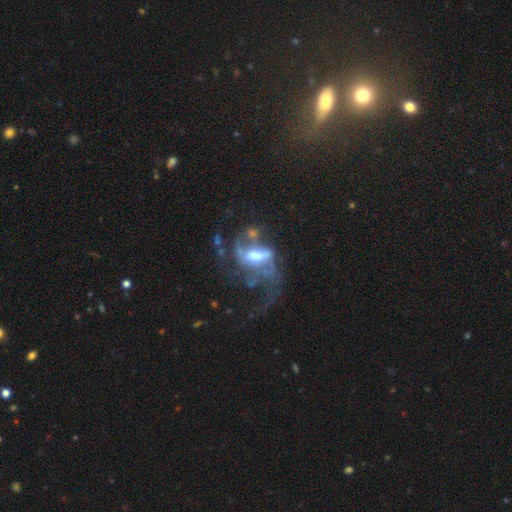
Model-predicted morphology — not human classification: A featured or disk galaxy (73%) with a weak bar (38%), spiral arms (70%) and a moderate central bulge (46%). Merging: major disturbance (49%).